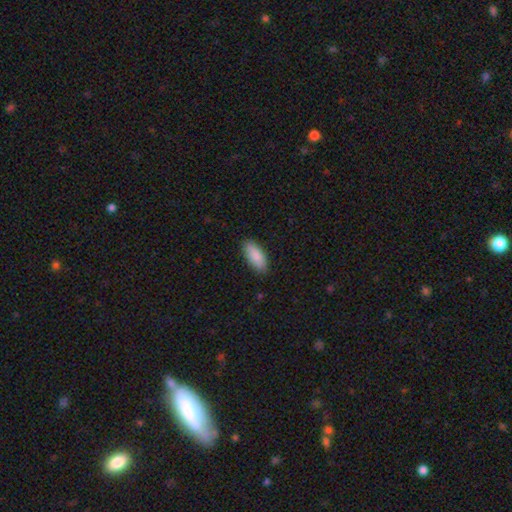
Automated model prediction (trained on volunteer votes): Smooth or featured: smooth — 89% (star or artifact — 6%)
How rounded: in between — 85% (cigar-shaped — 14%)
Merging: none — 87% (minor disturbance — 10%)